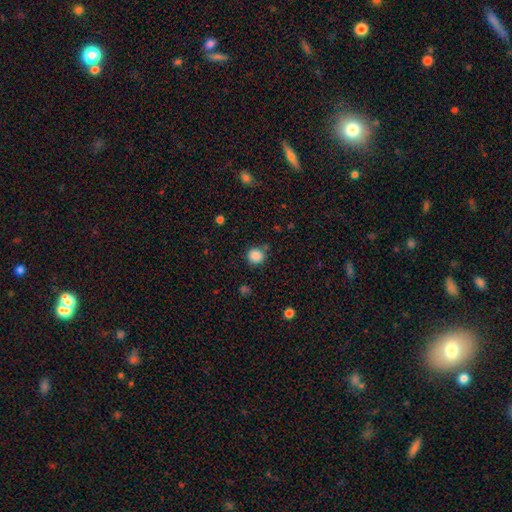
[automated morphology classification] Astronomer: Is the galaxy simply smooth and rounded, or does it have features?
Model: smooth — 86%.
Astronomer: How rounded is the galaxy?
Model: round — 91%.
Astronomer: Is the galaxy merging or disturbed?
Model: none — 81%.